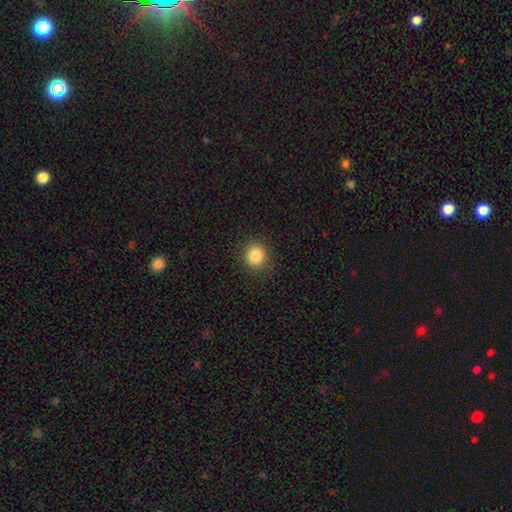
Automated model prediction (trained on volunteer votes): This appears to be a smooth galaxy with no disk features (86%) that is round (84%). Merging: none (89%).